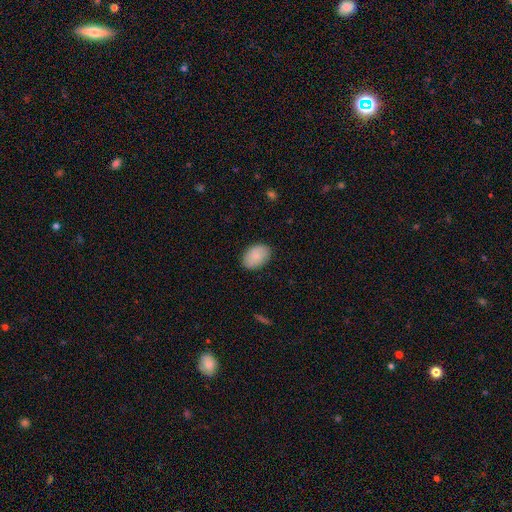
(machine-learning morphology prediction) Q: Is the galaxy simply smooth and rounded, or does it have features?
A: smooth — 87%.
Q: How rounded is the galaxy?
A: in between — 88%.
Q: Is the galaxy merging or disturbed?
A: none — 87%.